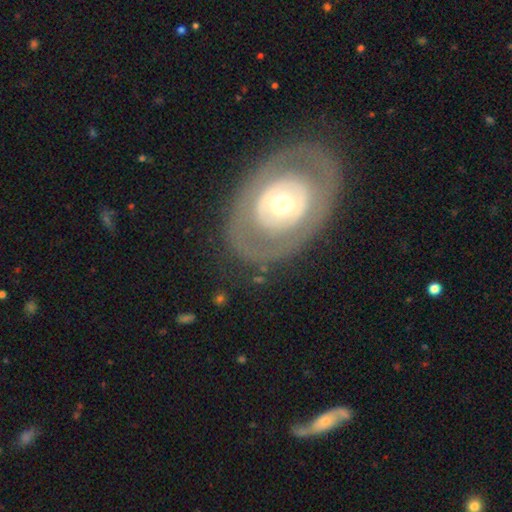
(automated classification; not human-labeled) The model was most divided on "bulge size": moderate: 51%, small: 35%, large: 11%, dominant: 2%, none: 1%. More confident: edge-on disk — no (93%); bar — no (82%); merging — none (81%); smooth or featured — featured or disk (70%); spiral arms — no (69%).